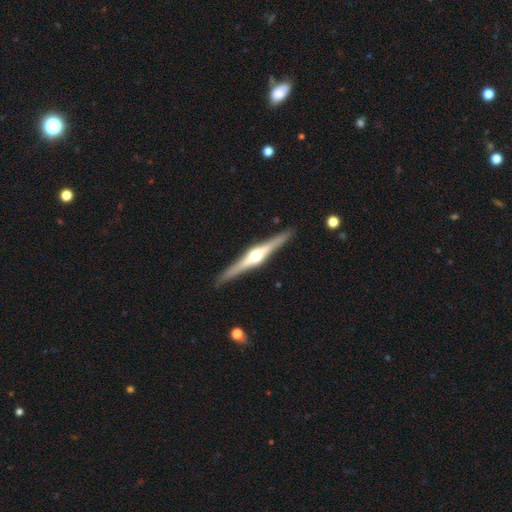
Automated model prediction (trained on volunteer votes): Smooth or featured?
  - featured or disk: 83% *
  - smooth: 13%
  - star or artifact: 5%
Edge-on disk?
  - yes: 98% *
  - no: 2%
Edge-on bulge?
  - rounded: 93% *
  - boxy: 5%
  - none: 2%
Merging?
  - none: 91% *
  - minor disturbance: 7%
  - major disturbance: 1%
  - merger: 1%